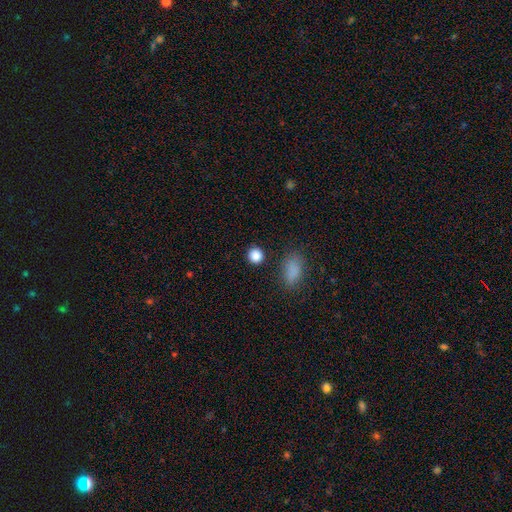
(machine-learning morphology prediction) Smooth or featured? smooth (86%)
How rounded? round (88%)
Merging? none (87%)